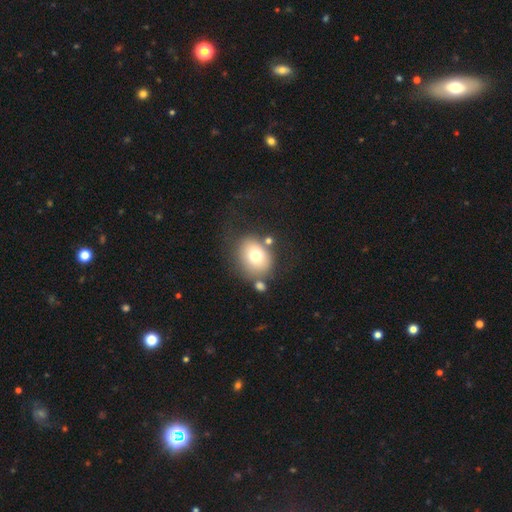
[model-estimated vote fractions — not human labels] Overall: smooth (72%). How rounded: round (62%; in between 37%). Merging: none (64%).